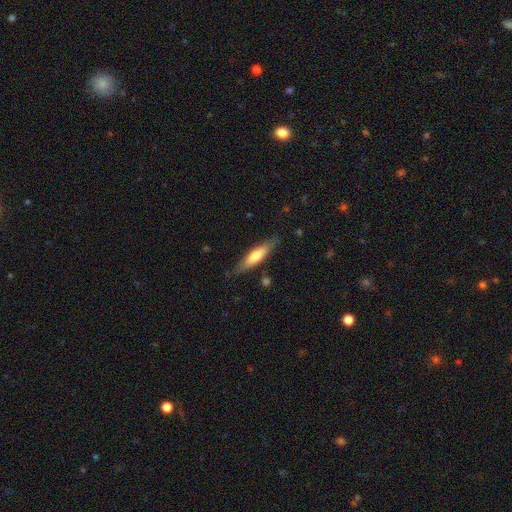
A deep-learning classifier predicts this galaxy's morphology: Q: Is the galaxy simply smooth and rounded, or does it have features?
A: smooth — 62%.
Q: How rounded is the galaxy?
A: cigar-shaped — 73%.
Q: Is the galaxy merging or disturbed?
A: none — 82%.